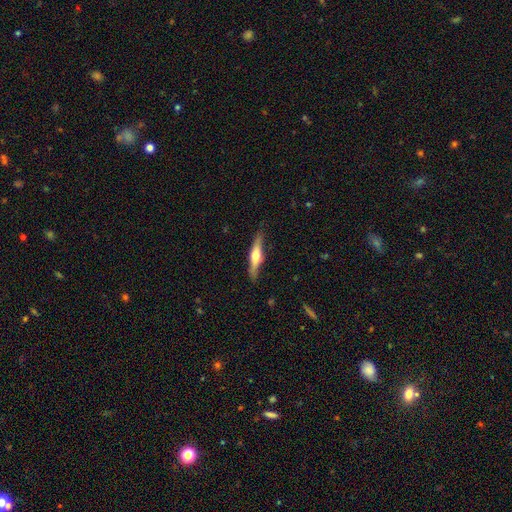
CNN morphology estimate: Smooth or featured?
  - featured or disk: 58% *
  - smooth: 36%
  - star or artifact: 6%
Edge-on disk?
  - yes: 95% *
  - no: 5%
Edge-on bulge?
  - rounded: 91% *
  - boxy: 5%
  - none: 4%
Merging?
  - none: 84% *
  - minor disturbance: 12%
  - major disturbance: 3%
  - merger: 1%